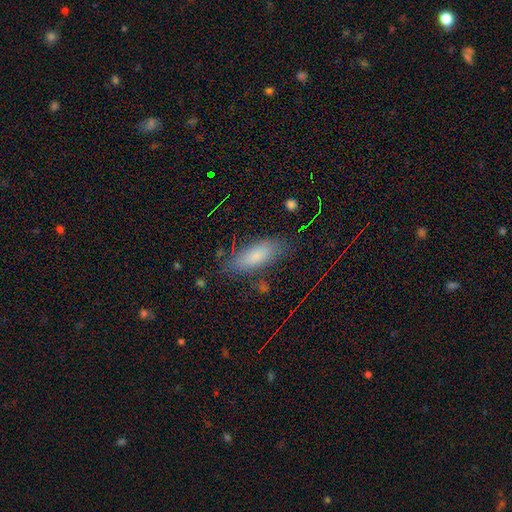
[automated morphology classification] The model was most divided on "how rounded": in between: 71%, cigar-shaped: 27%, round: 3%. More confident: merging — none (77%); smooth or featured — smooth (76%).